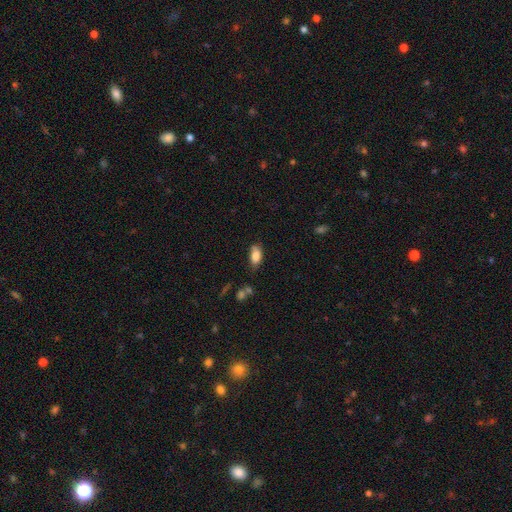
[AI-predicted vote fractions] This is clearly a smooth galaxy (84%). How rounded: clearly in between (90%). Merging: likely none (63%).